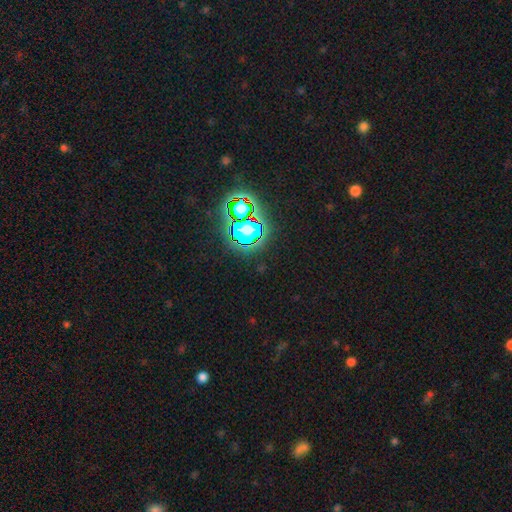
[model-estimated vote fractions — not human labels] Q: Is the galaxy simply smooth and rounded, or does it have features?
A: star or artifact — 80%.